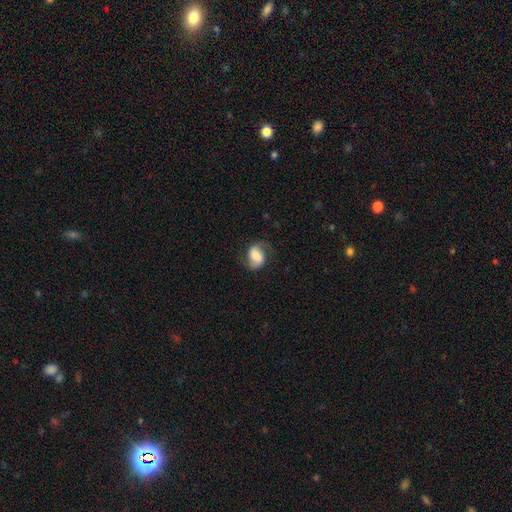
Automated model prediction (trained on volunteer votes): featured or disk 58%, smooth 34%, star or artifact 8%. Down the decision tree: edge-on disk — no (97%); bar — weak (39%); spiral arms — yes (90%); spiral arm count — 2 (89%); spiral winding — medium (43%); bulge size — moderate (45%); merging — none (72%).